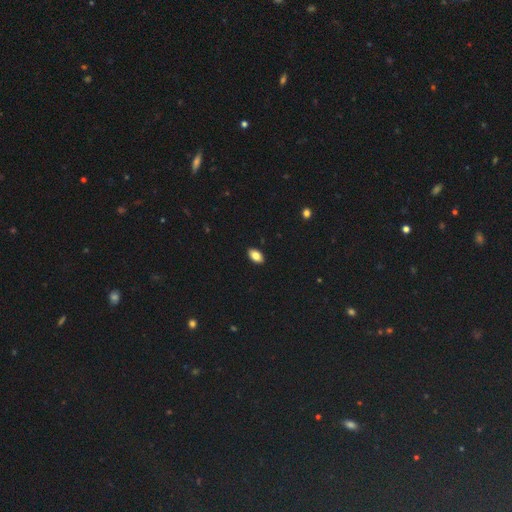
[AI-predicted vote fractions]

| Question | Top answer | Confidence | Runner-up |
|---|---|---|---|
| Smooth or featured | smooth | 85% | star or artifact (8%) |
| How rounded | in between | 93% | round (5%) |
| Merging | none | 90% | minor disturbance (7%) |